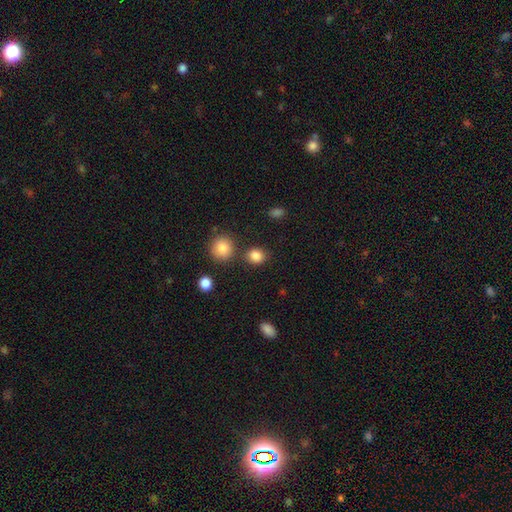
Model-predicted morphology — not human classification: This is clearly a smooth galaxy (85%). How rounded: likely round (70%). Merging: likely none (78%).